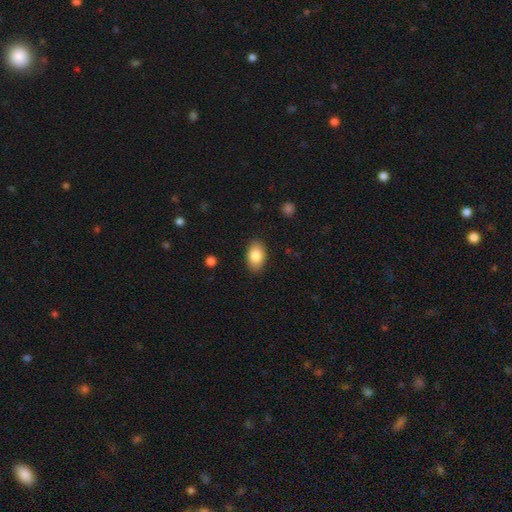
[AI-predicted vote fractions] smooth-or-featured: smooth: 85% | featured or disk: 9% | star or artifact: 7%
  how-rounded: in between: 91% | round: 8% | cigar-shaped: 1%
  merging: none: 87% | minor disturbance: 10% | major disturbance: 2% | merger: 1%